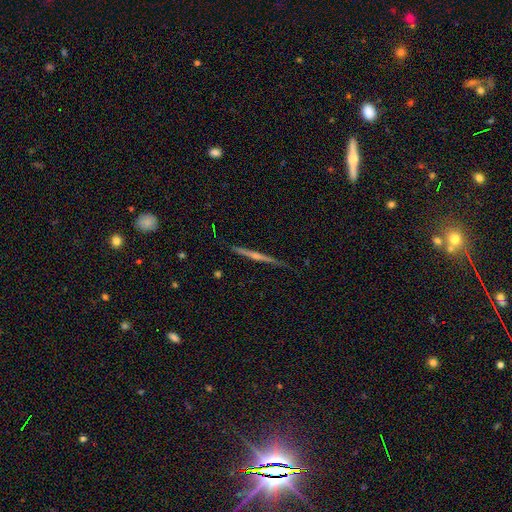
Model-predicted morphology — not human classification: The model was most divided on "edge-on bulge": rounded: 66%, none: 26%, boxy: 8%. More confident: edge-on disk — yes (98%); merging — none (89%); smooth or featured — featured or disk (77%).